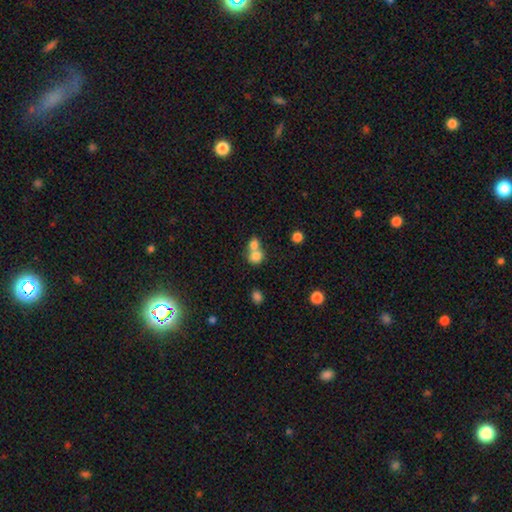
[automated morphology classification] The model was most divided on "merging": merger: 63%, none: 28%, minor disturbance: 6%, major disturbance: 3%. More confident: smooth or featured — smooth (77%); how rounded — round (69%).